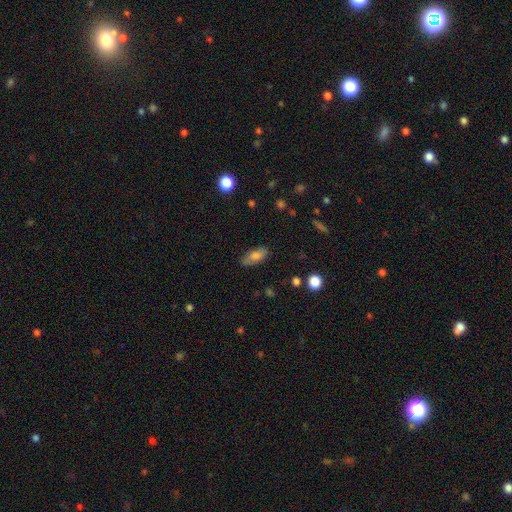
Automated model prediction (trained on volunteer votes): smooth_or_featured: smooth (p=0.74) [alt: featured or disk p=0.18]
how_rounded: in between (p=0.83) [alt: cigar-shaped p=0.14]
merging: none (p=0.82) [alt: minor disturbance p=0.14]